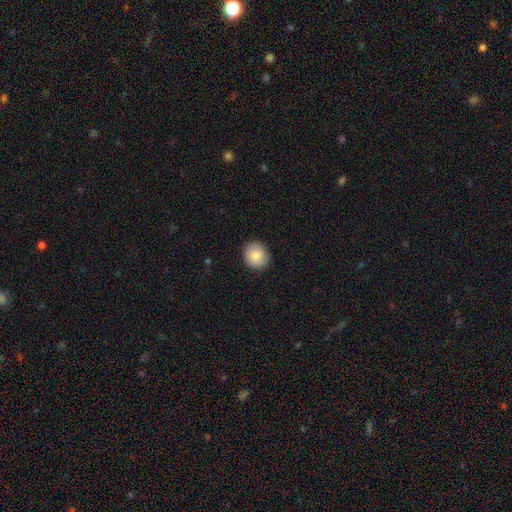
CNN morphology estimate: Q: Smooth or featured?
A: smooth (83%); runner-up: featured or disk (9%)
Q: How rounded?
A: round (82%); runner-up: in between (17%)
Q: Merging?
A: none (89%); runner-up: minor disturbance (8%)